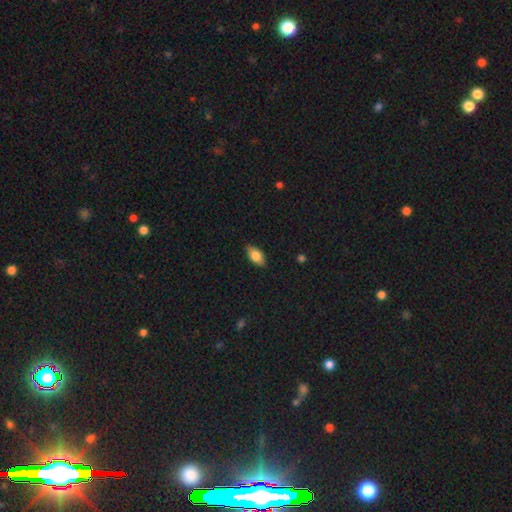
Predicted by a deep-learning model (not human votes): A smooth galaxy with no disk features (79%) that is in between round and cigar-shaped (90%). Merging: none (85%).